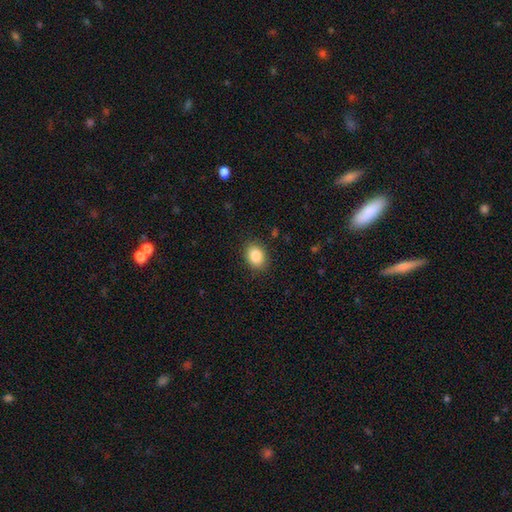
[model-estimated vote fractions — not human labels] A smooth galaxy with no disk features (86%) that is in between round and cigar-shaped (62%). Merging: none (88%).